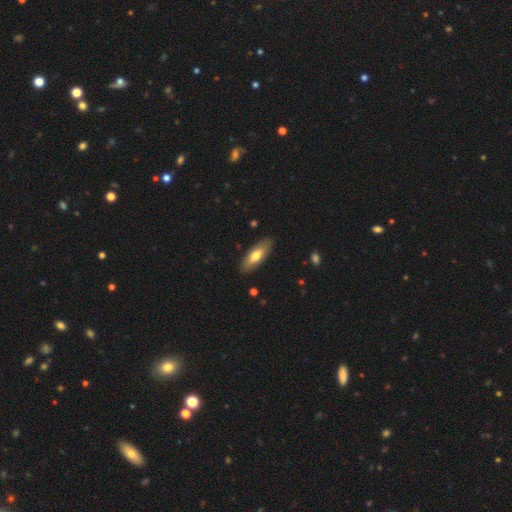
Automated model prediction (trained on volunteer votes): Smooth or featured?
  - smooth: 67% *
  - featured or disk: 28%
  - star or artifact: 5%
How rounded?
  - in between: 67% *
  - cigar-shaped: 31%
  - round: 2%
Merging?
  - none: 88% *
  - minor disturbance: 9%
  - major disturbance: 2%
  - merger: 1%